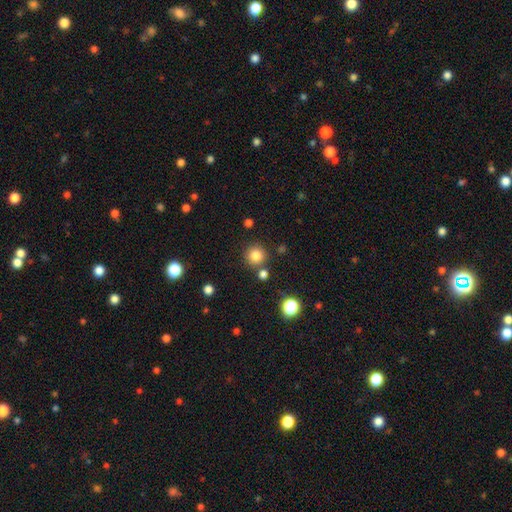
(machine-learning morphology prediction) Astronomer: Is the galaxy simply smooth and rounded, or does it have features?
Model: smooth — 82%.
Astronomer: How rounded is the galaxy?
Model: round — 94%.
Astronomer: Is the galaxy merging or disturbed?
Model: none — 83%.